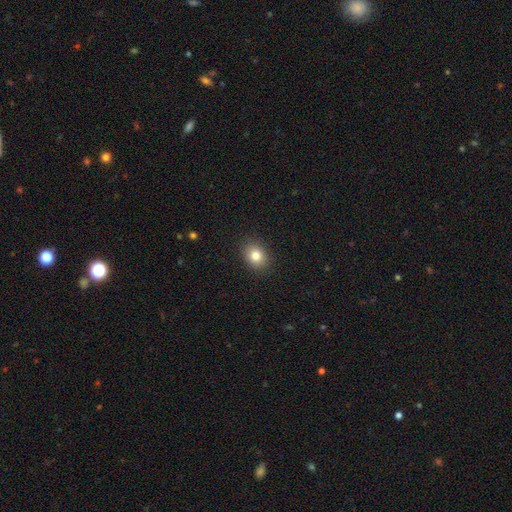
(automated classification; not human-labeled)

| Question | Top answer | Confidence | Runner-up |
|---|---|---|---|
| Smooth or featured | smooth | 82% | star or artifact (10%) |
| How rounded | in between | 55% | round (44%) |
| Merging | none | 88% | minor disturbance (8%) |